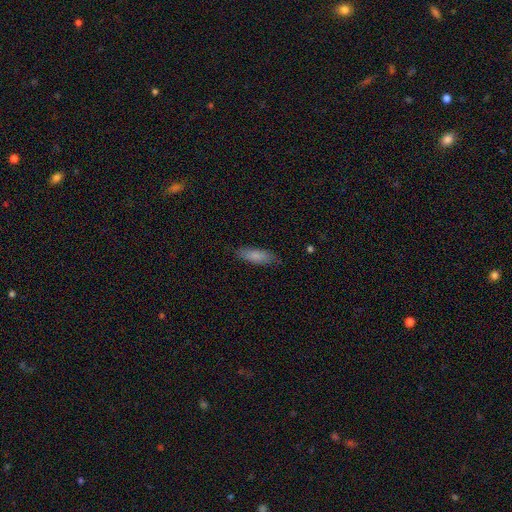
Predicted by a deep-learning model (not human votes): This is clearly a smooth galaxy (83%). How rounded: possibly in between (52%). Merging: clearly none (82%).